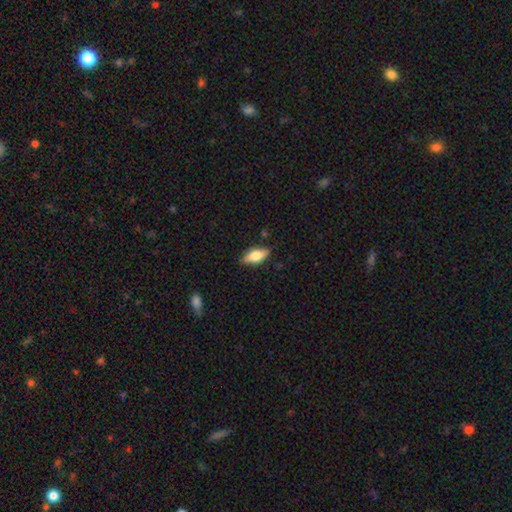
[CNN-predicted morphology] type=smooth (69%); roundness=in between (79%); merging=none (82%).